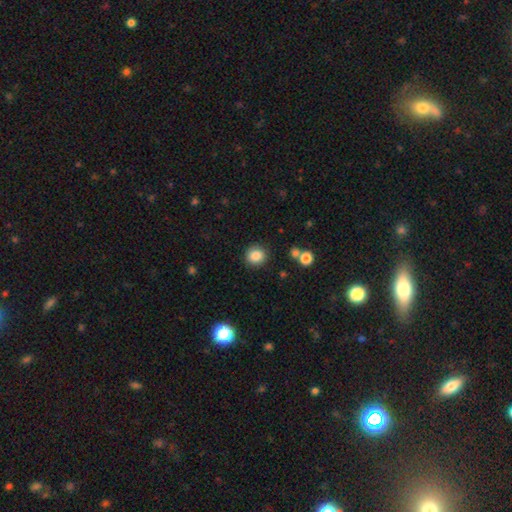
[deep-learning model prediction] Overall: smooth (86%). How rounded: round (88%). Merging: none (88%).